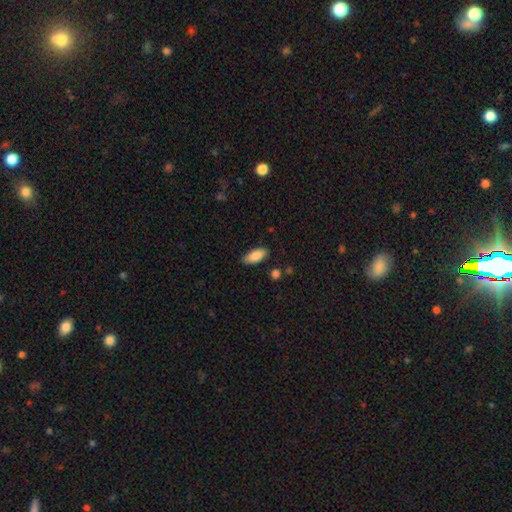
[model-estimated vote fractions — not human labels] A smooth galaxy with no disk features (86%) that is in between round and cigar-shaped (84%).

Vote fractions:
- Smooth or featured? smooth: 86% / featured or disk: 8% / star or artifact: 6%
- How rounded? in between: 84% / cigar-shaped: 14% / round: 2%
- Merging? none: 83% / minor disturbance: 13% / major disturbance: 2% / merger: 2%